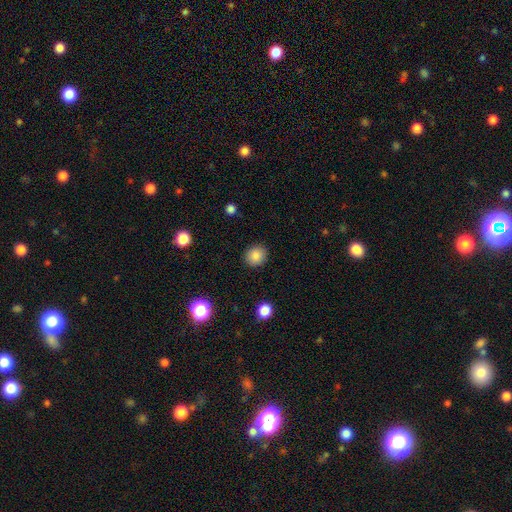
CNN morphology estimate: Smooth or featured?
  - smooth: 86% *
  - star or artifact: 10%
  - featured or disk: 5%
How rounded?
  - round: 79% *
  - in between: 20%
  - cigar-shaped: 1%
Merging?
  - none: 90% *
  - minor disturbance: 7%
  - major disturbance: 2%
  - merger: 1%